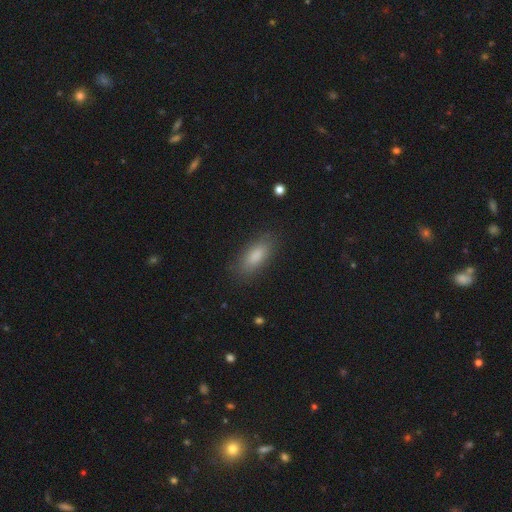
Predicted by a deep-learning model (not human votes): Morphology: type=smooth (84%); roundness=in between (76%); merging=none (84%).